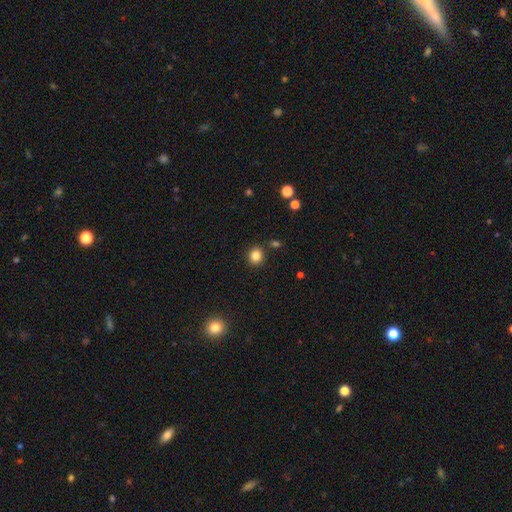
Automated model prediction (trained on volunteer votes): The model was most divided on "how rounded": round: 75%, in between: 24%, cigar-shaped: 1%. More confident: merging — none (87%); smooth or featured — smooth (85%).